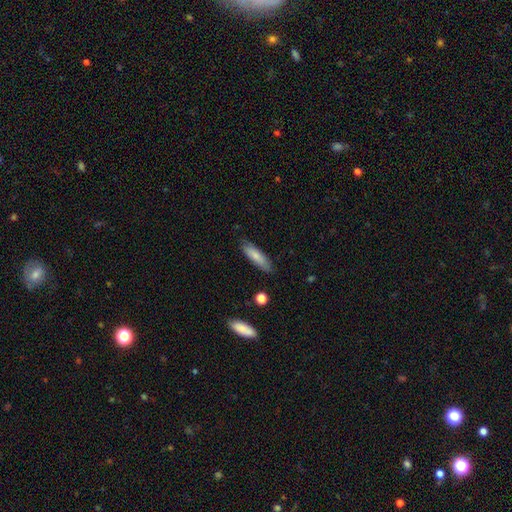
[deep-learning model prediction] Smooth or featured? smooth (80%)
How rounded? cigar-shaped (62%)
Merging? none (83%)